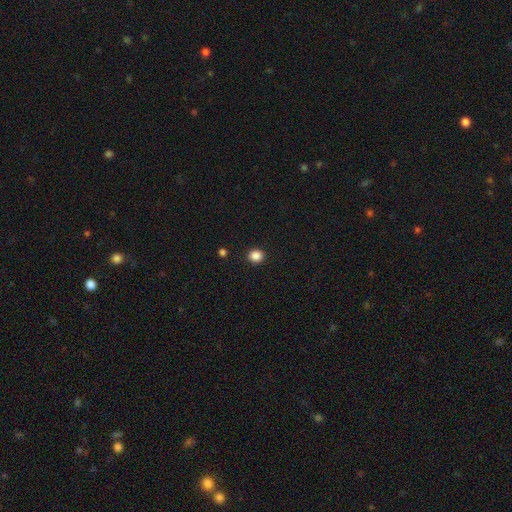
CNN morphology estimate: Q: Smooth or featured?
A: smooth (86%); runner-up: star or artifact (11%)
Q: How rounded?
A: round (82%); runner-up: in between (17%)
Q: Merging?
A: none (92%); runner-up: minor disturbance (5%)